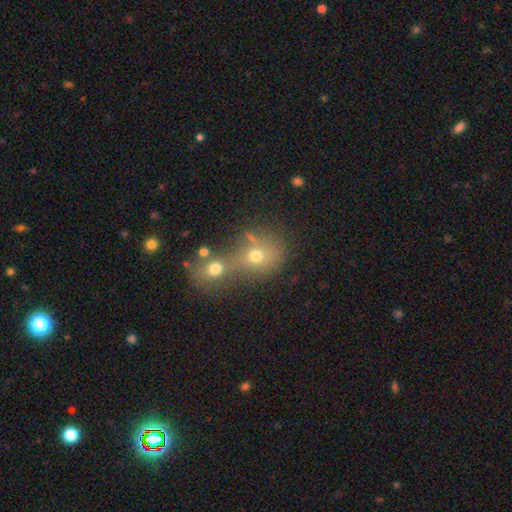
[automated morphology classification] Overall: smooth (64%). How rounded: round (69%; in between 30%). Merging: merger (65%).